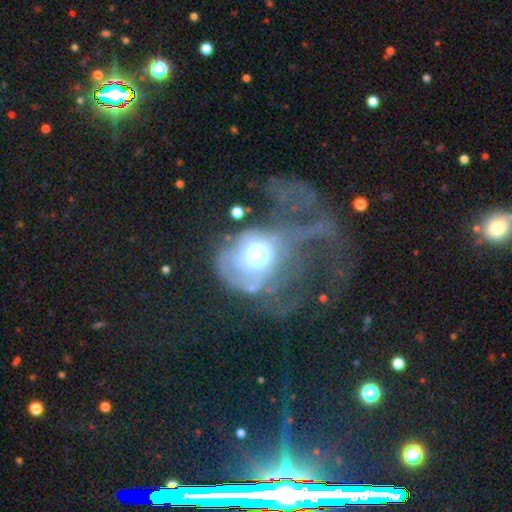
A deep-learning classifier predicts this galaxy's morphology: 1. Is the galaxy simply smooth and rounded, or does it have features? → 51% featured or disk, 35% smooth, 13% star or artifact.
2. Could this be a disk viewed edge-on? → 96% no, 4% yes.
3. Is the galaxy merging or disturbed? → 68% major disturbance, 12% none, 11% merger, 10% minor disturbance.